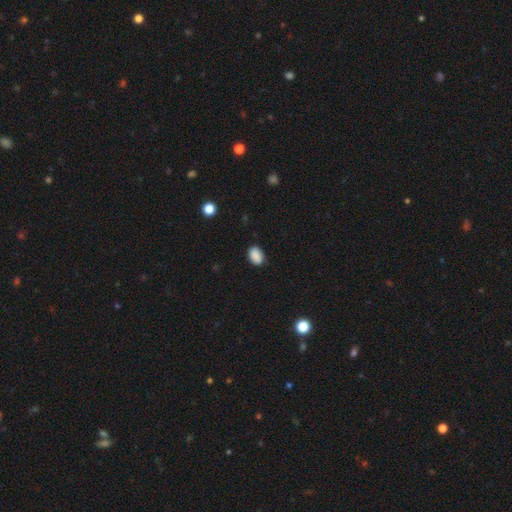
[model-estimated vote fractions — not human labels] A smooth galaxy with no disk features (89%) that is in between round and cigar-shaped (85%).

Vote fractions:
- Smooth or featured? smooth: 89% / star or artifact: 8% / featured or disk: 3%
- How rounded? in between: 85% / round: 14% / cigar-shaped: 1%
- Merging? none: 86% / minor disturbance: 11% / major disturbance: 2% / merger: 1%